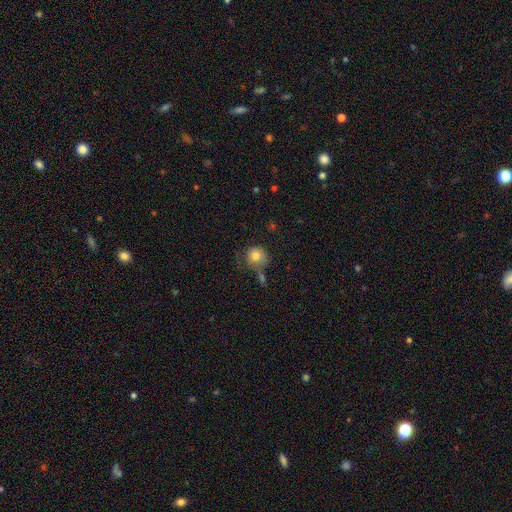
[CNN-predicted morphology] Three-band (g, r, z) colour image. It shows a smooth galaxy with no disk features (80%) that is round (87%). Merging: none (51%).